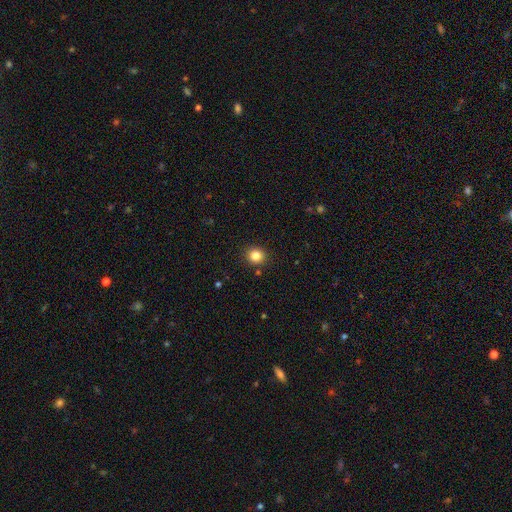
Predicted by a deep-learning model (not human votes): Q: Smooth or featured?
A: smooth (84%); runner-up: star or artifact (12%)
Q: How rounded?
A: round (87%); runner-up: in between (12%)
Q: Merging?
A: none (91%); runner-up: minor disturbance (6%)